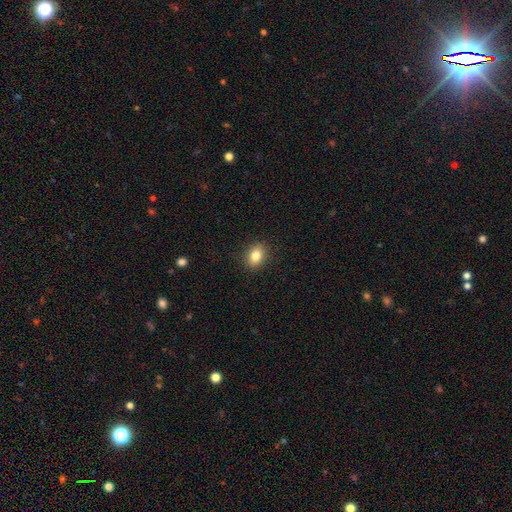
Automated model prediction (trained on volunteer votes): Smooth or featured? Predicted: smooth (p=0.83). How rounded? Predicted: in between (p=0.72). Merging? Predicted: none (p=0.89).